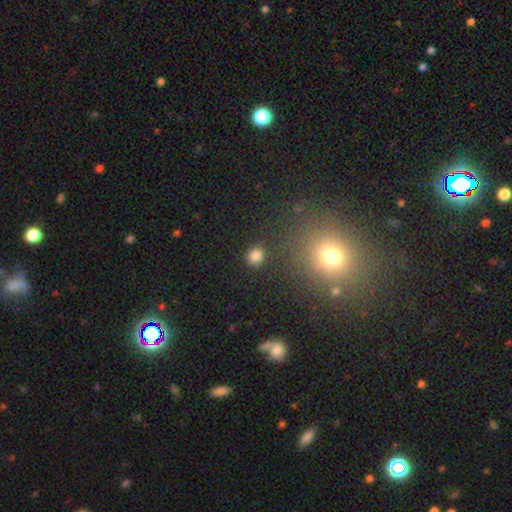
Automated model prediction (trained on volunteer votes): smooth 82%, star or artifact 14%, featured or disk 4%. Down the decision tree: how rounded — round (76%); merging — none (88%).